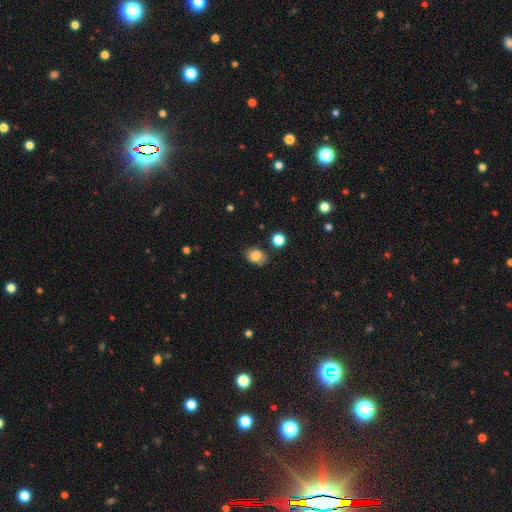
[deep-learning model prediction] Q: Smooth or featured?
A: smooth (83%); runner-up: star or artifact (9%)
Q: How rounded?
A: in between (70%); runner-up: round (29%)
Q: Merging?
A: none (76%); runner-up: minor disturbance (17%)